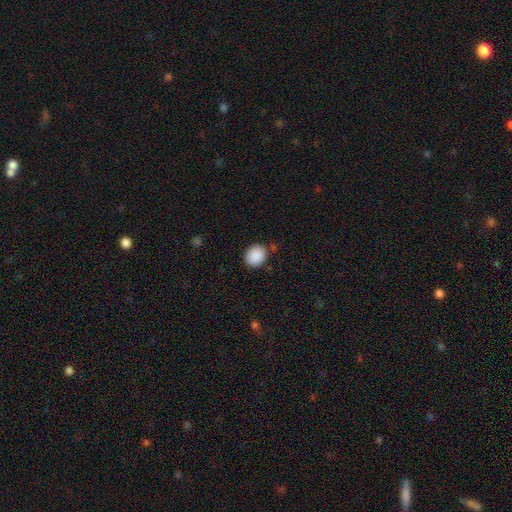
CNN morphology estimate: A smooth galaxy with no disk features (90%) that is round (67%).

Vote fractions:
- Smooth or featured? smooth: 90% / star or artifact: 7% / featured or disk: 3%
- How rounded? round: 67% / in between: 32% / cigar-shaped: 1%
- Merging? none: 83% / minor disturbance: 11% / major disturbance: 3% / merger: 3%